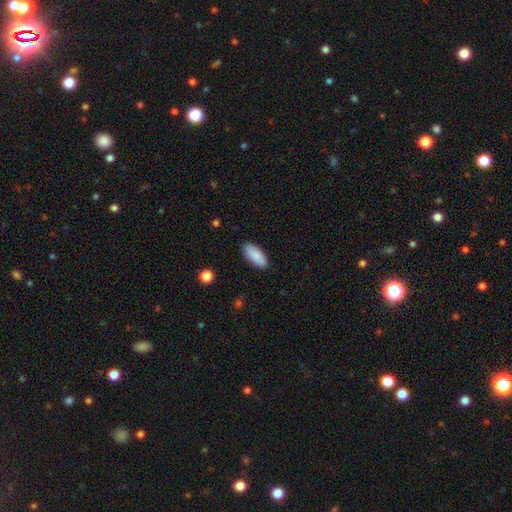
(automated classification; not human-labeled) smooth-or-featured: smooth: 87% | featured or disk: 7% | star or artifact: 6%
  how-rounded: in between: 85% | cigar-shaped: 14% | round: 2%
  merging: none: 88% | minor disturbance: 9% | major disturbance: 2% | merger: 1%